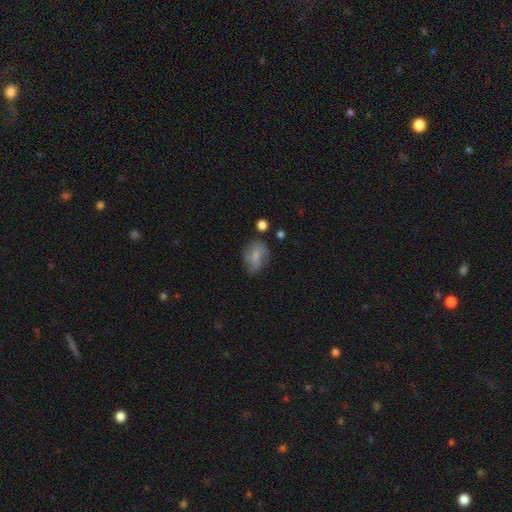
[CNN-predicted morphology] Smooth or featured? smooth (67%)
How rounded? in between (66%)
Merging? none (58%)